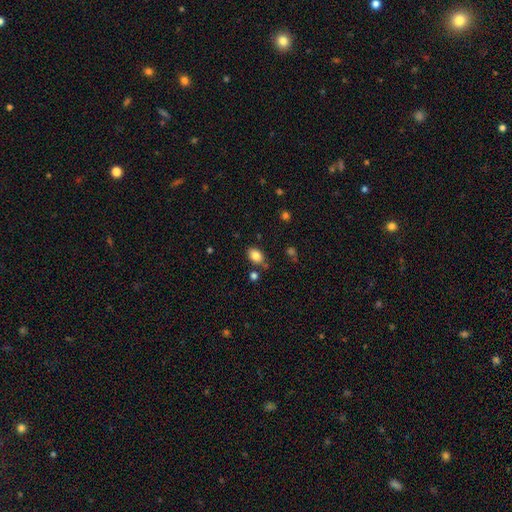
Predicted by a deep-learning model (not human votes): Q: Smooth or featured?
A: smooth (84%); runner-up: star or artifact (9%)
Q: How rounded?
A: in between (80%); runner-up: round (19%)
Q: Merging?
A: none (78%); runner-up: minor disturbance (13%)